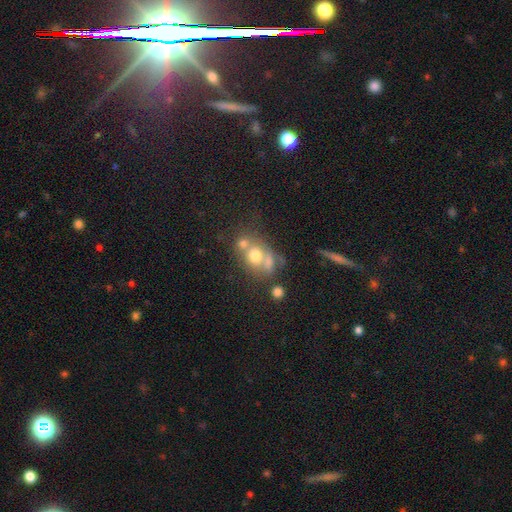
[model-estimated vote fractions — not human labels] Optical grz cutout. It shows a smooth galaxy with no disk features (64%) that is round (60%). Merging: merger (46%).